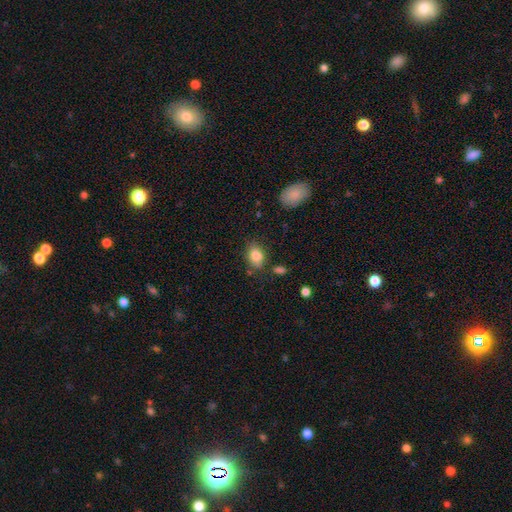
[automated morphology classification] A smooth galaxy with no disk features (83%) that is in between round and cigar-shaped (76%). Merging: none (74%).